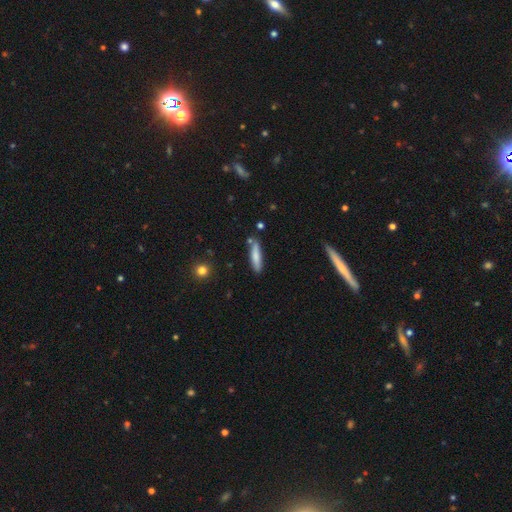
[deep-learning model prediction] This is likely a smooth galaxy (75%). How rounded: clearly cigar-shaped (81%). Merging: likely none (79%).